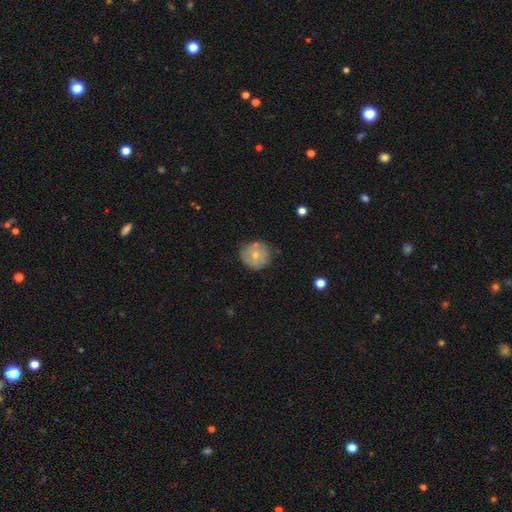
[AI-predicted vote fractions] This appears to be a smooth galaxy with no disk features (65%) that is round (90%). Merging: none (70%).